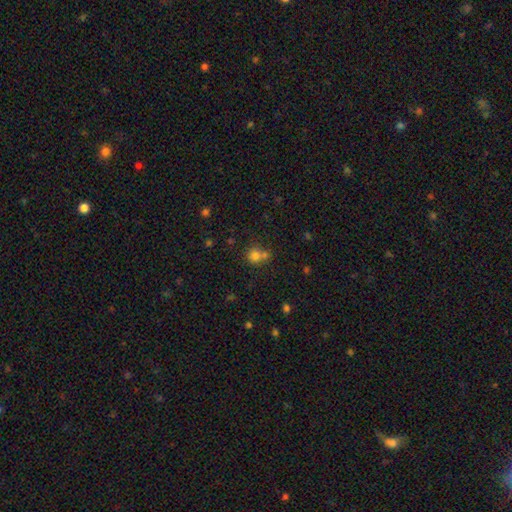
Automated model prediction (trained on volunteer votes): smooth 77%, star or artifact 15%, featured or disk 9%. Down the decision tree: how rounded — round (85%); merging — none (48%).